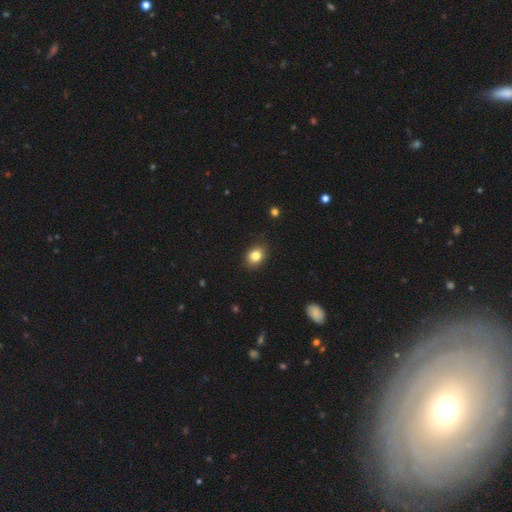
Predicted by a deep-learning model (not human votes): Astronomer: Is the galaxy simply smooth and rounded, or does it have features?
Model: smooth — 83%.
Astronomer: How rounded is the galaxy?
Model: in between — 53% (runner-up: round, 46%).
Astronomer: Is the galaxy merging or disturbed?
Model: none — 85%.